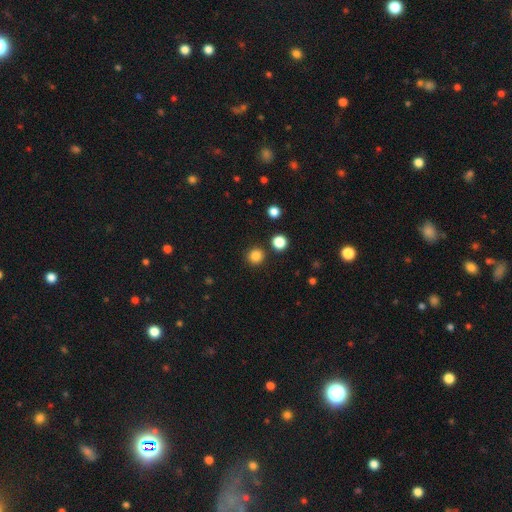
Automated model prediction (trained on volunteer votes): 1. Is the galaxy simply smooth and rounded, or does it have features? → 84% smooth, 13% star or artifact, 3% featured or disk.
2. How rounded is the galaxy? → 94% round, 5% in between, 1% cigar-shaped.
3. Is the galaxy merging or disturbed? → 89% none, 6% minor disturbance, 3% merger, 2% major disturbance.